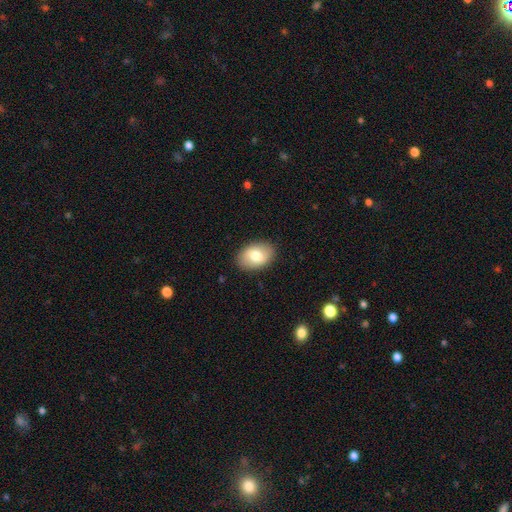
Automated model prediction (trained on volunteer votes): This is likely a smooth galaxy (72%). How rounded: clearly in between (85%). Merging: clearly none (88%).